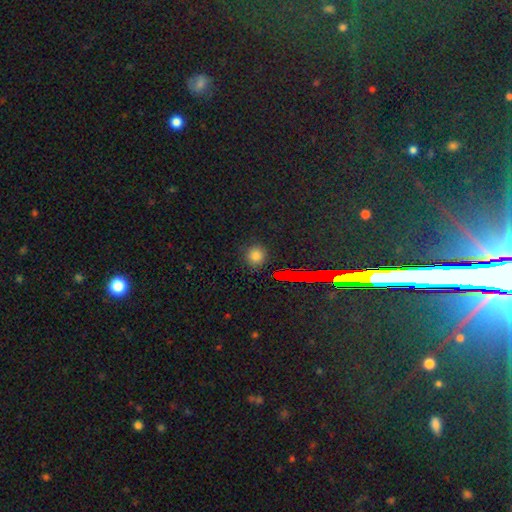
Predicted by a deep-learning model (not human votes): Overall: smooth (75%). How rounded: round (92%). Merging: none (88%).